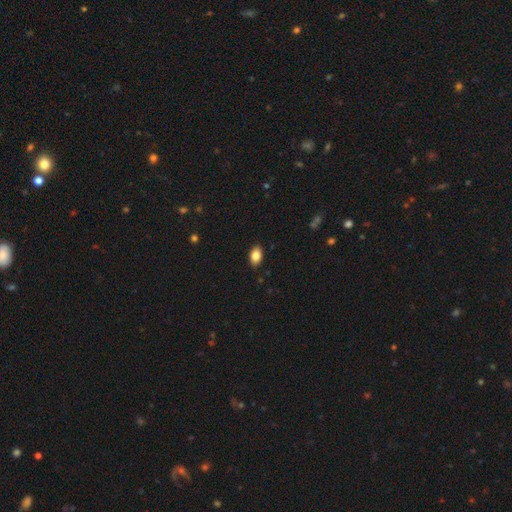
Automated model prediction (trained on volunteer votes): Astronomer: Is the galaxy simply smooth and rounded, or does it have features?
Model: smooth — 85%.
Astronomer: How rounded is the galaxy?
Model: in between — 89%.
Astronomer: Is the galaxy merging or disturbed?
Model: none — 88%.